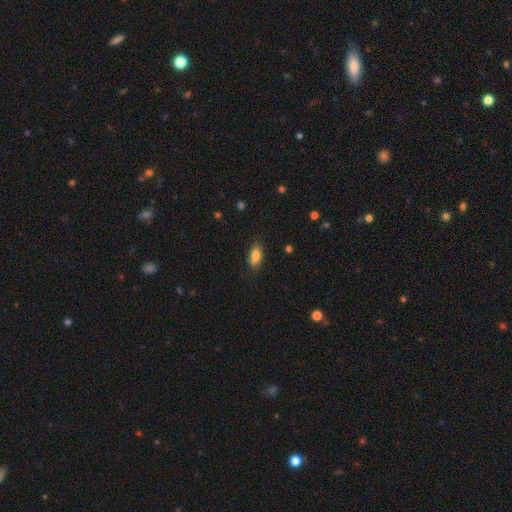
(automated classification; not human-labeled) smooth-or-featured: smooth: 78% | featured or disk: 14% | star or artifact: 8%
  how-rounded: in between: 81% | cigar-shaped: 15% | round: 4%
  merging: none: 77% | minor disturbance: 18% | major disturbance: 3% | merger: 2%